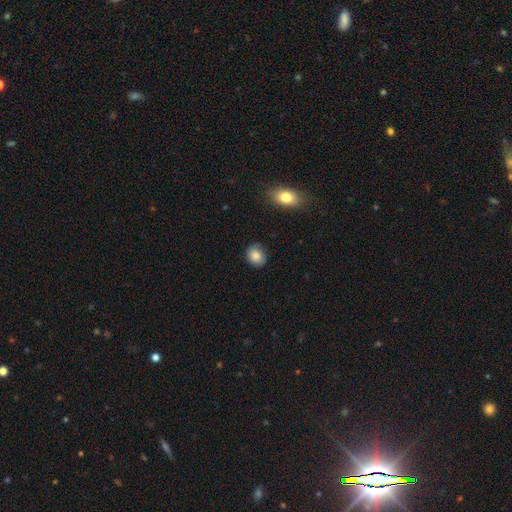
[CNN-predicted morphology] A smooth galaxy with no disk features (82%) that is round (68%).

Vote fractions:
- Smooth or featured? smooth: 82% / featured or disk: 10% / star or artifact: 8%
- How rounded? round: 68% / in between: 31% / cigar-shaped: 1%
- Merging? none: 80% / minor disturbance: 15% / major disturbance: 3% / merger: 1%